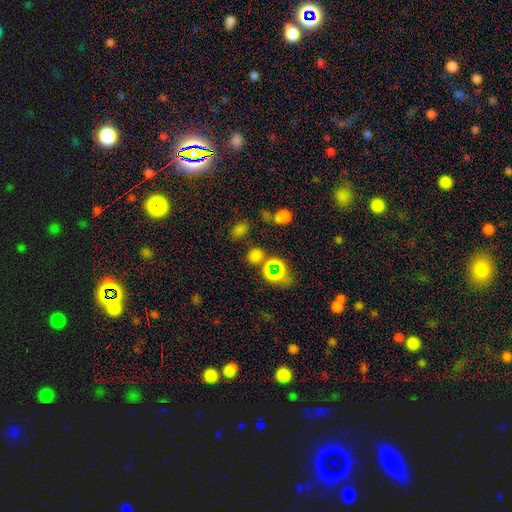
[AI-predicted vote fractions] smooth-or-featured: smooth: 57% | star or artifact: 36% | featured or disk: 7%
  how-rounded: round: 70% | in between: 28% | cigar-shaped: 2%
  merging: none: 69% | merger: 13% | minor disturbance: 12% | major disturbance: 7%